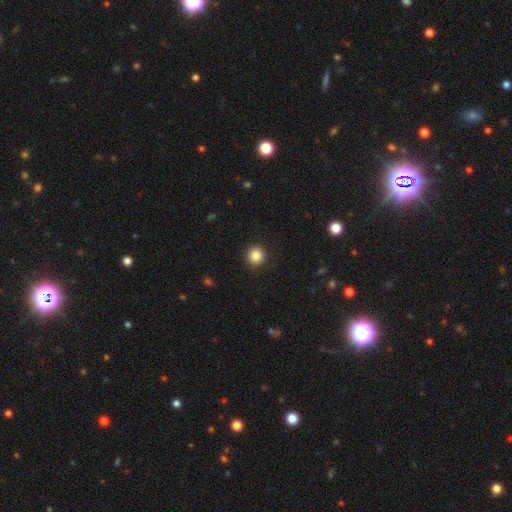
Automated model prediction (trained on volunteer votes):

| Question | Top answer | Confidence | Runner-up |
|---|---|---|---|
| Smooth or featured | smooth | 86% | star or artifact (10%) |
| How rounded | round | 91% | in between (8%) |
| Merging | none | 91% | minor disturbance (6%) |